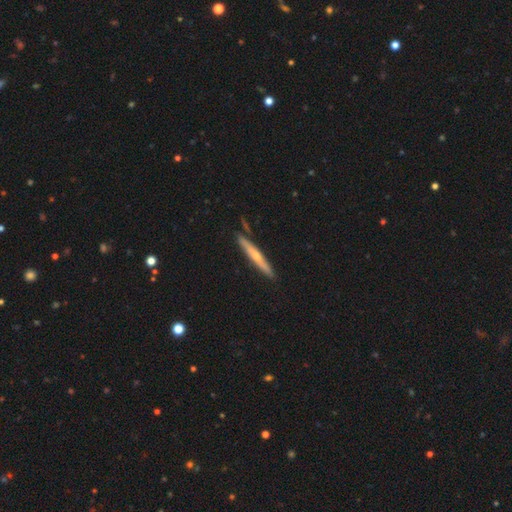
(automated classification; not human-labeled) Smooth or featured?
  - featured or disk: 53% *
  - smooth: 41%
  - star or artifact: 6%
Edge-on disk?
  - yes: 95% *
  - no: 5%
Edge-on bulge?
  - rounded: 62% *
  - none: 33%
  - boxy: 4%
Merging?
  - none: 85% *
  - minor disturbance: 10%
  - merger: 3%
  - major disturbance: 2%